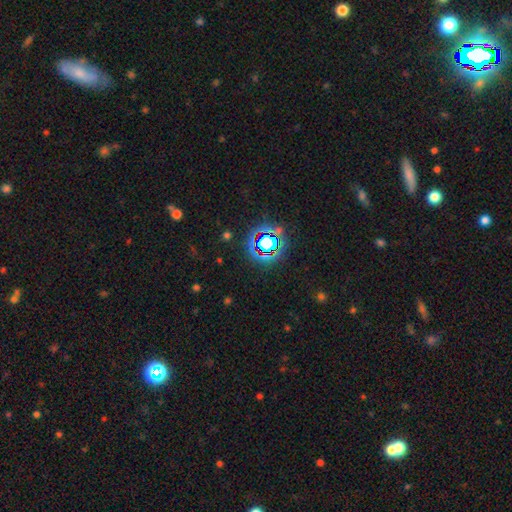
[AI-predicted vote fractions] smooth_or_featured: star or artifact (p=0.69) [alt: smooth p=0.19]